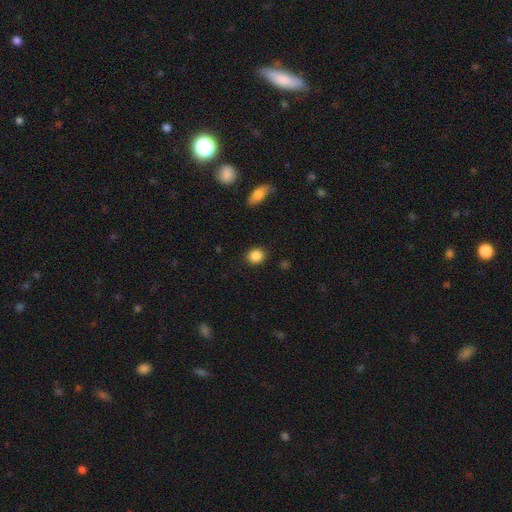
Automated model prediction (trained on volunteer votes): A smooth galaxy with no disk features (87%) that is round (77%). Merging: none (90%).